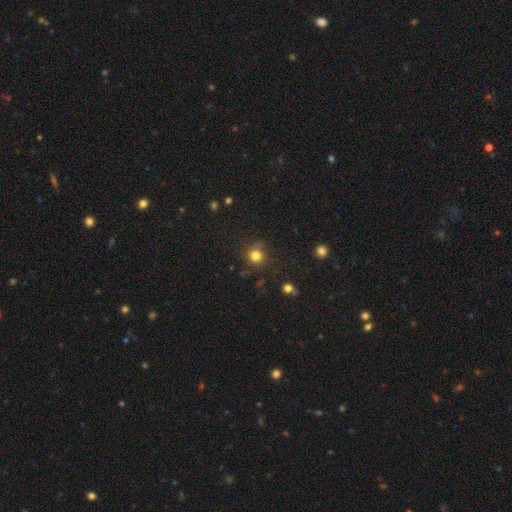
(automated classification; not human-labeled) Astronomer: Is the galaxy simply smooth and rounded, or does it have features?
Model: smooth — 80%.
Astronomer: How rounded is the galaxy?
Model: round — 90%.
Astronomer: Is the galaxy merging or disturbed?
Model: none — 79%.